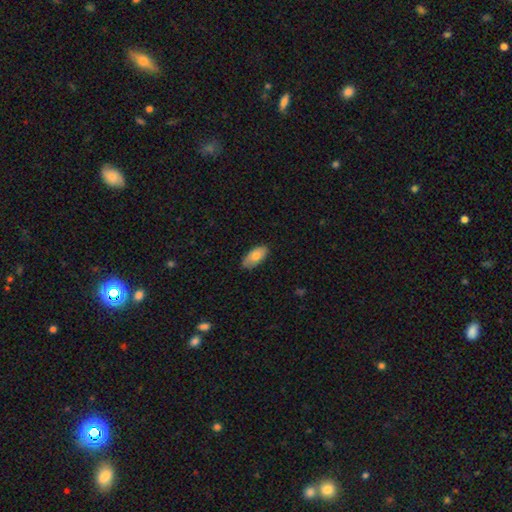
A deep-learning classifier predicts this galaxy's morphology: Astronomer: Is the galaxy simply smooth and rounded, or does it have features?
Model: smooth — 75%.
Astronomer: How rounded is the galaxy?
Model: in between — 93%.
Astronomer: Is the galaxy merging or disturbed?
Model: none — 83%.